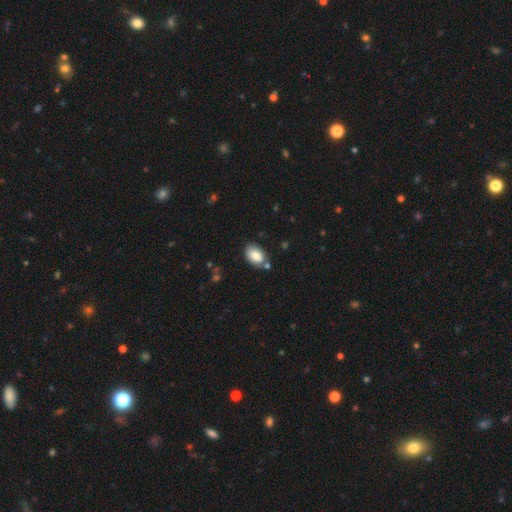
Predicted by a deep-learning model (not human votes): A smooth galaxy with no disk features (85%) that is in between round and cigar-shaped (88%). Merging: none (70%).